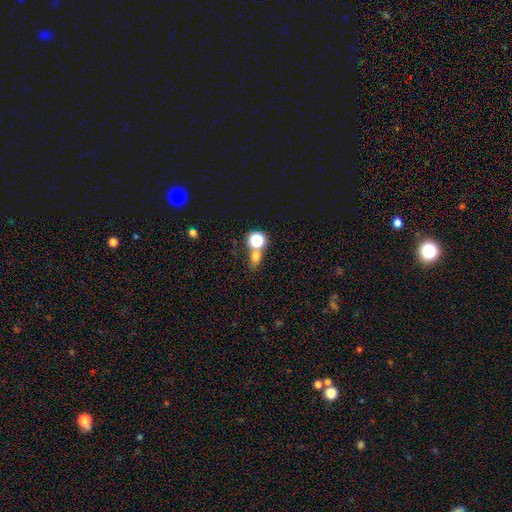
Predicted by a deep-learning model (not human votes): Morphology: type=smooth (68%); roundness=round (57%); merging=none (50%).